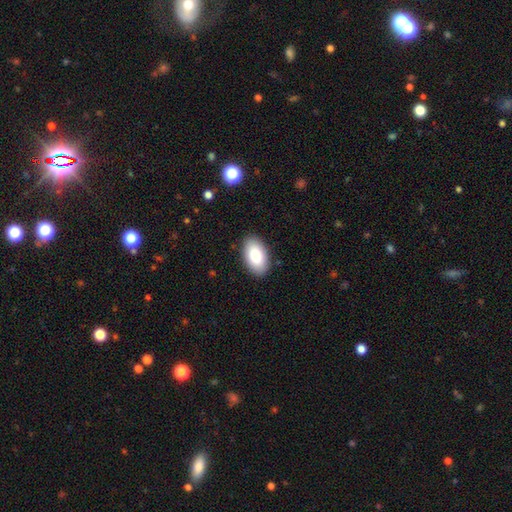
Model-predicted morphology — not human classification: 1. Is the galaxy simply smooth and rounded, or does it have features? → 84% smooth, 10% featured or disk, 6% star or artifact.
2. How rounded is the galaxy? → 95% in between, 3% round, 1% cigar-shaped.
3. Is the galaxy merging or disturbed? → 89% none, 8% minor disturbance, 2% major disturbance, 1% merger.